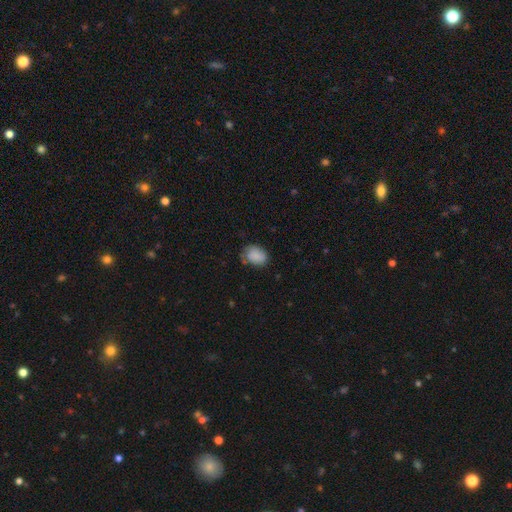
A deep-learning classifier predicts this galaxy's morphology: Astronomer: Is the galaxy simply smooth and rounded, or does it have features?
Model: smooth — 83%.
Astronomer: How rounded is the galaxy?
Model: in between — 69%.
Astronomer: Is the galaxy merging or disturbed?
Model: none — 61%.